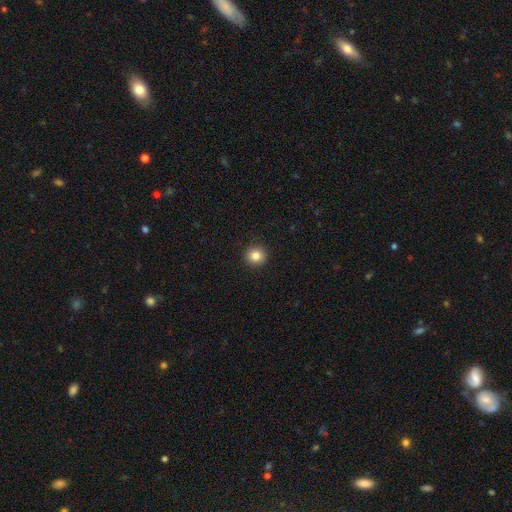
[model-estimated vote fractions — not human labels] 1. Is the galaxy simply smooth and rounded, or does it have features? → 84% smooth, 10% star or artifact, 6% featured or disk.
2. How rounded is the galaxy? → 95% round, 4% in between, 1% cigar-shaped.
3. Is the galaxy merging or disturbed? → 93% none, 4% minor disturbance, 2% major disturbance, 1% merger.